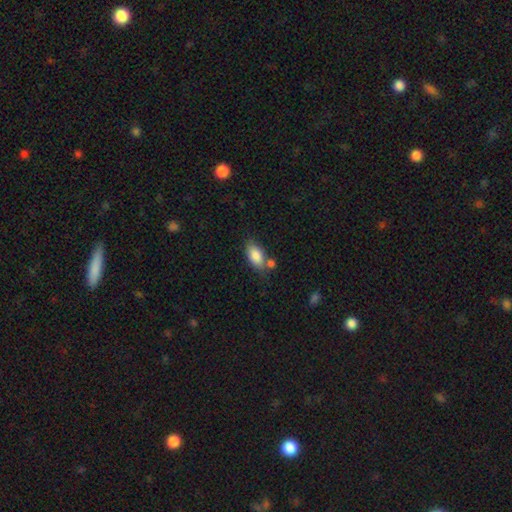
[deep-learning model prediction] Smooth or featured: smooth — 85% (featured or disk — 8%)
How rounded: in between — 90% (round — 5%)
Merging: none — 58% (merger — 20%)